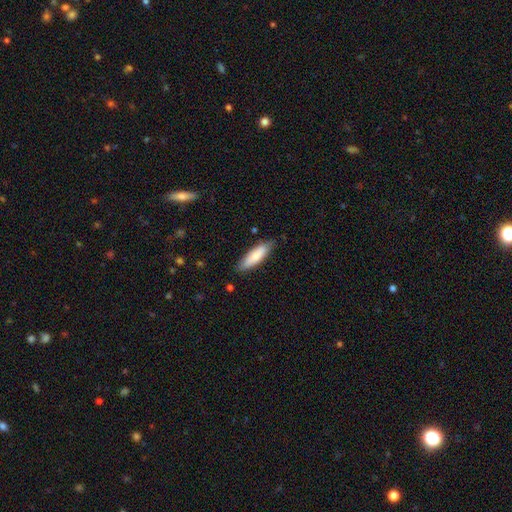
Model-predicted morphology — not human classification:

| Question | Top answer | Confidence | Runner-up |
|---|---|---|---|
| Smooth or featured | smooth | 78% | featured or disk (16%) |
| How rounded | cigar-shaped | 55% | in between (43%) |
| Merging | none | 83% | minor disturbance (14%) |